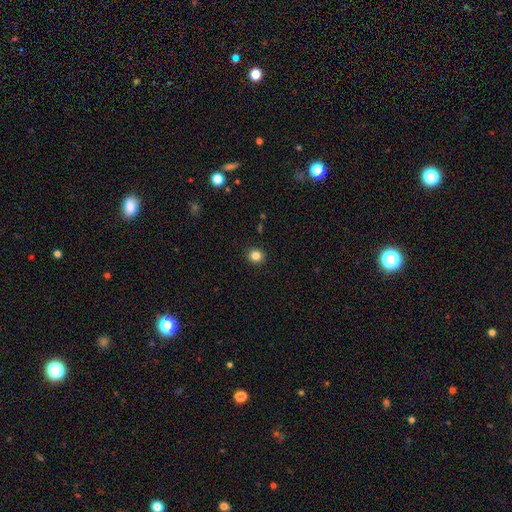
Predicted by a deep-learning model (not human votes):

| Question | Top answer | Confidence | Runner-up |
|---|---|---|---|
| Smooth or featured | smooth | 83% | star or artifact (12%) |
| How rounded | round | 91% | in between (8%) |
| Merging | none | 92% | minor disturbance (5%) |